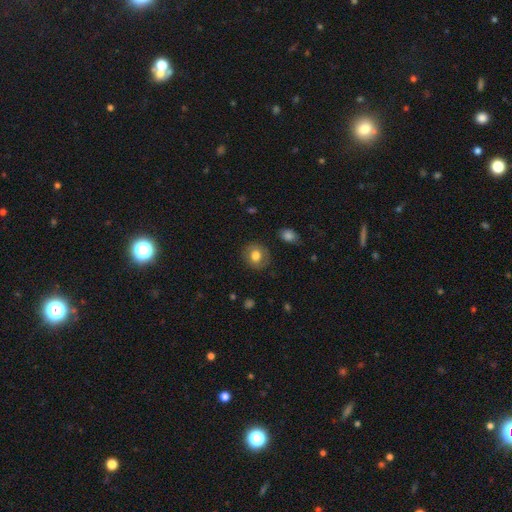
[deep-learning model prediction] smooth-or-featured: smooth: 73% | featured or disk: 19% | star or artifact: 8%
  how-rounded: round: 80% | in between: 19% | cigar-shaped: 1%
  merging: none: 85% | minor disturbance: 10% | major disturbance: 3% | merger: 1%